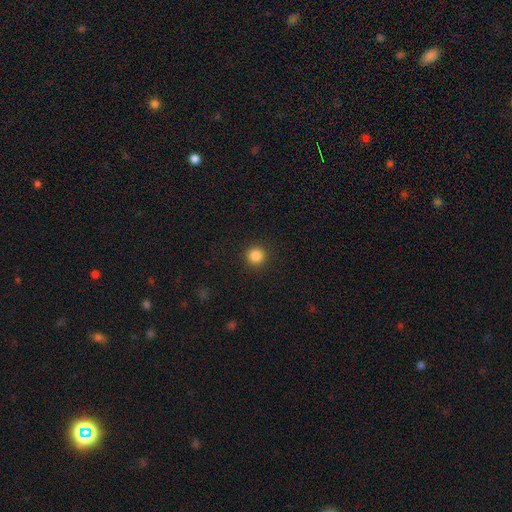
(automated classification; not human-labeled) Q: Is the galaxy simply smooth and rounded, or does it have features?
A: smooth — 85%.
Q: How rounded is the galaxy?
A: round — 96%.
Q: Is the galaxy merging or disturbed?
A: none — 92%.